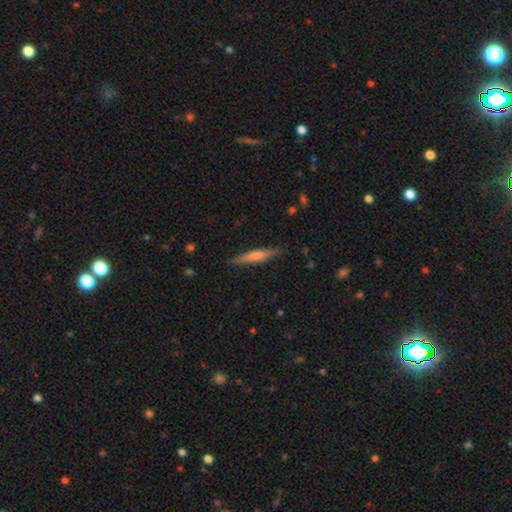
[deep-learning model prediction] This is possibly a smooth galaxy (48%). Merging: clearly none (88%).